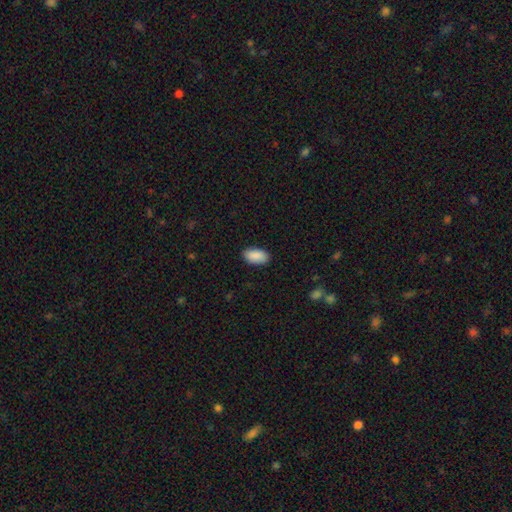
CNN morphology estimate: Smooth or featured? Predicted: smooth (p=0.90). How rounded? Predicted: in between (p=0.95). Merging? Predicted: none (p=0.88).